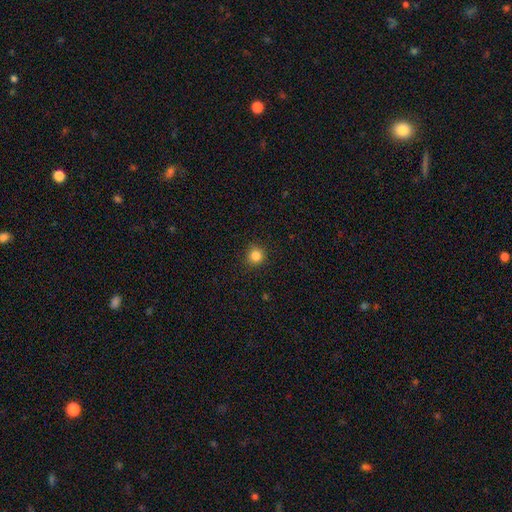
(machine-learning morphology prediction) smooth 84%, star or artifact 12%, featured or disk 4%. Down the decision tree: how rounded — round (93%); merging — none (90%).